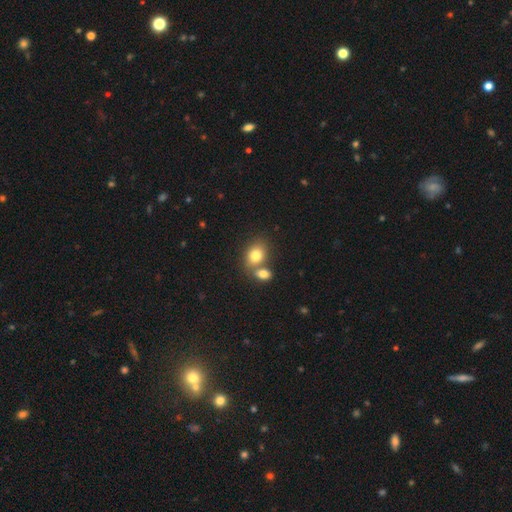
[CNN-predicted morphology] Smooth or featured? Predicted: smooth (p=0.79). How rounded? Predicted: in between (p=0.59). Merging? Predicted: merger (p=0.45).